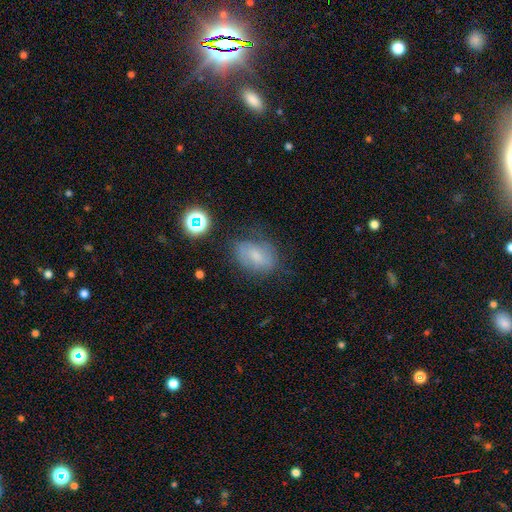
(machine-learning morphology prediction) Q: Smooth or featured?
A: smooth (62%); runner-up: featured or disk (23%)
Q: How rounded?
A: in between (77%); runner-up: round (21%)
Q: Merging?
A: none (60%); runner-up: minor disturbance (25%)